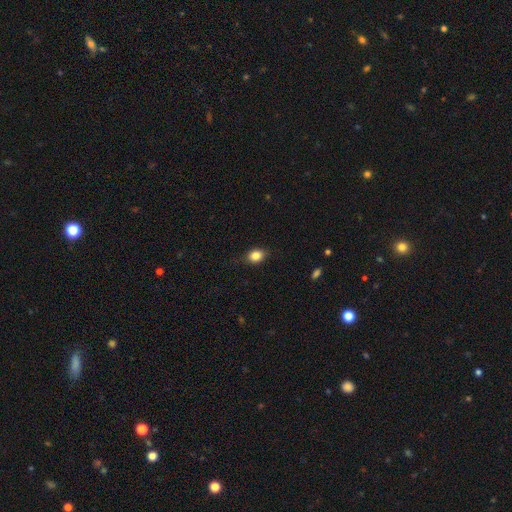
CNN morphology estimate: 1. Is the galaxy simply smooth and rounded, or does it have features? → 84% smooth, 9% star or artifact, 7% featured or disk.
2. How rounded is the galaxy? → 56% in between, 43% round, 2% cigar-shaped.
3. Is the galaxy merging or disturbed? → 79% none, 16% minor disturbance, 4% major disturbance, 1% merger.